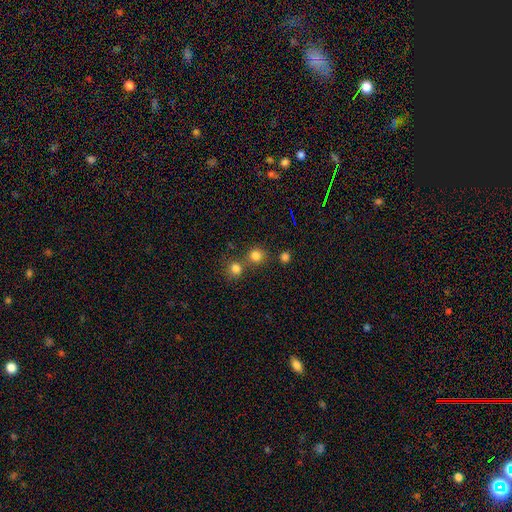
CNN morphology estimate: Smooth or featured: smooth — 79% (star or artifact — 15%)
How rounded: round — 88% (in between — 11%)
Merging: none — 63% (merger — 27%)